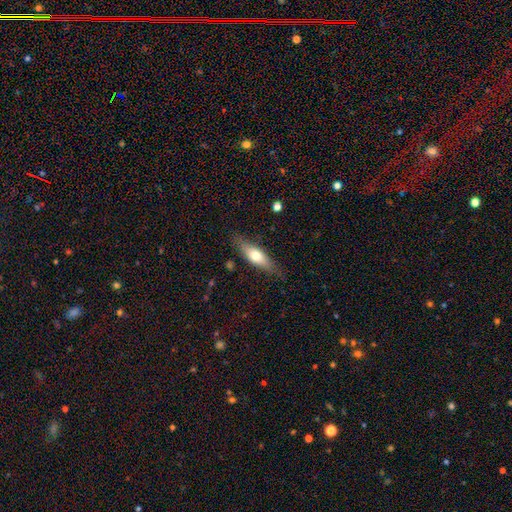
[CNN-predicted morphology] The model was most divided on "how rounded": in between: 50%, cigar-shaped: 48%, round: 2%. More confident: merging — none (79%); smooth or featured — smooth (59%).